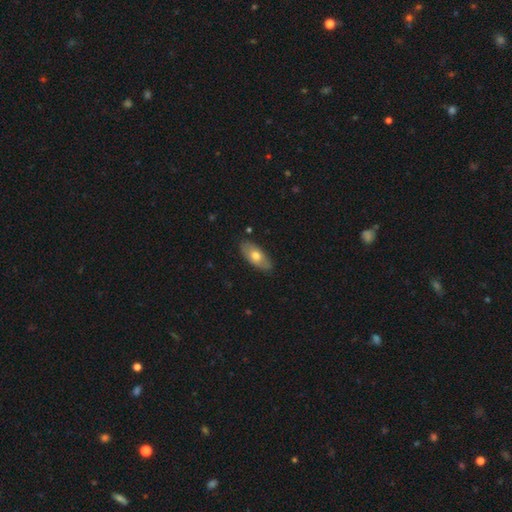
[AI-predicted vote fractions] Overall: smooth (63%; featured or disk 31%). How rounded: in between (90%). Merging: none (84%).